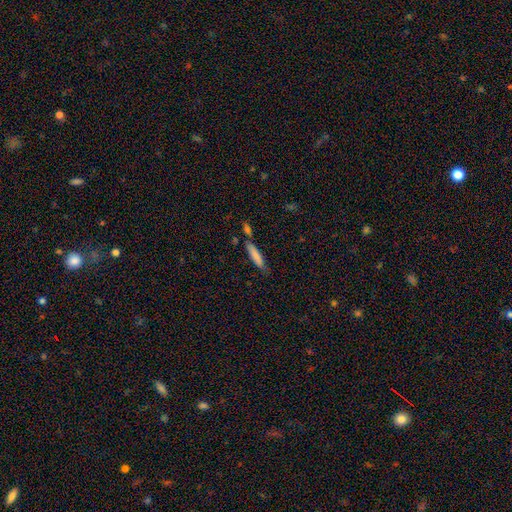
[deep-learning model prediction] Overall: smooth (79%). How rounded: cigar-shaped (83%). Merging: none (69%).